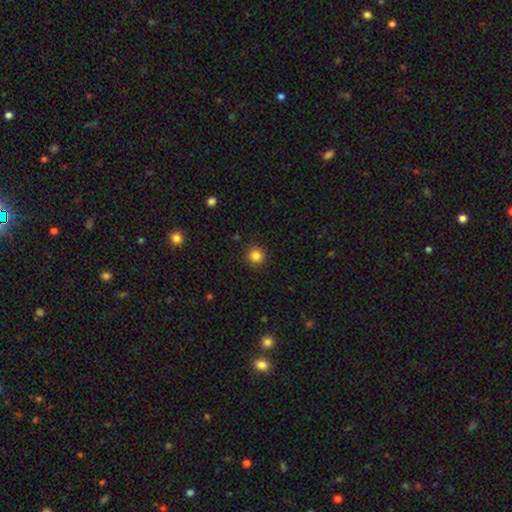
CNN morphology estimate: A smooth galaxy with no disk features (84%) that is round (92%).

Vote fractions:
- Smooth or featured? smooth: 84% / star or artifact: 12% / featured or disk: 5%
- How rounded? round: 92% / in between: 7% / cigar-shaped: 1%
- Merging? none: 91% / minor disturbance: 6% / major disturbance: 2% / merger: 1%